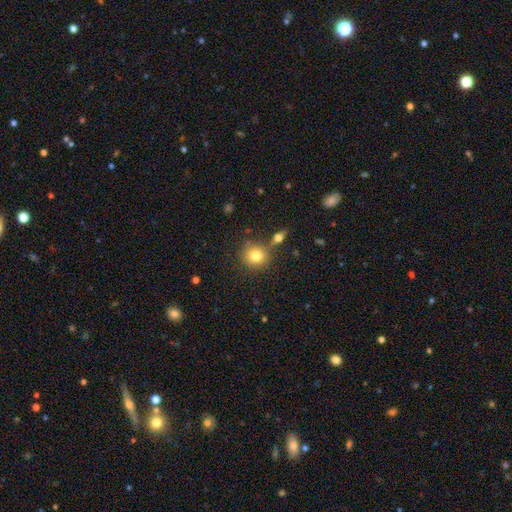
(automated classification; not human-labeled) This appears to be a smooth galaxy with no disk features (79%) that is round (86%). Merging: none (70%).